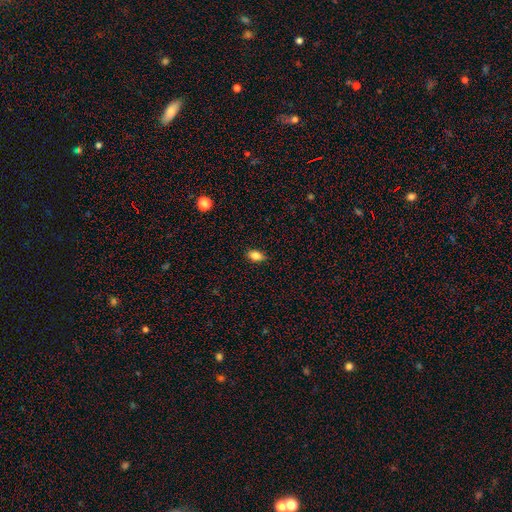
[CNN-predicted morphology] smooth-or-featured: smooth: 81% | star or artifact: 10% | featured or disk: 9%
  how-rounded: in between: 84% | round: 11% | cigar-shaped: 5%
  merging: none: 83% | minor disturbance: 13% | major disturbance: 2% | merger: 1%